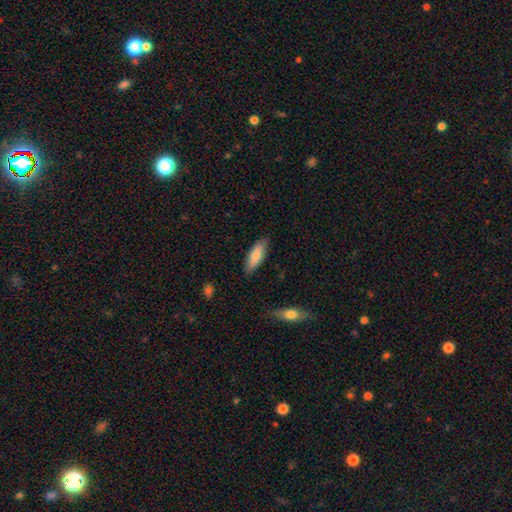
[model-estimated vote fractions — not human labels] This is likely a smooth galaxy (79%). How rounded: likely in between (62%). Merging: clearly none (83%).